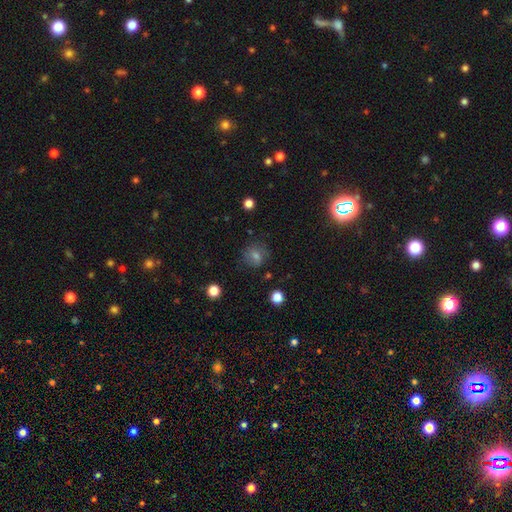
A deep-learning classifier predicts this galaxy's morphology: This appears to be a smooth galaxy with no disk features (60%) that is round (79%). Merging: none (79%).